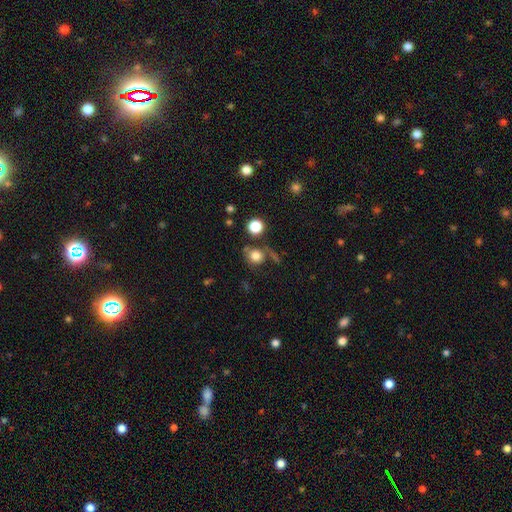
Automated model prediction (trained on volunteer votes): A smooth galaxy with no disk features (78%) that is round (80%).

Vote fractions:
- Smooth or featured? smooth: 78% / star or artifact: 12% / featured or disk: 11%
- How rounded? round: 80% / in between: 19% / cigar-shaped: 1%
- Merging? none: 55% / minor disturbance: 17% / merger: 15% / major disturbance: 13%